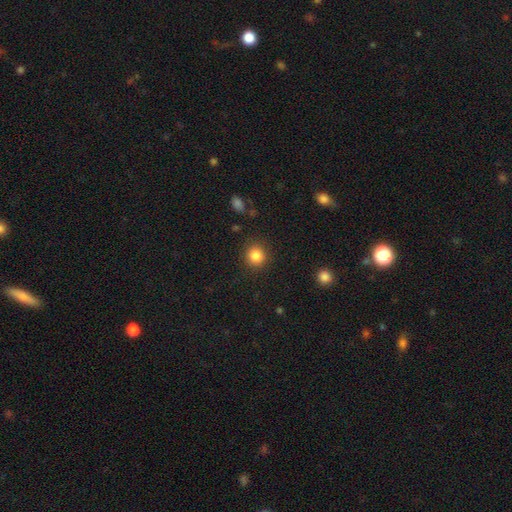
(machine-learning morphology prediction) A smooth galaxy with no disk features (85%) that is round (88%).

Vote fractions:
- Smooth or featured? smooth: 85% / star or artifact: 11% / featured or disk: 5%
- How rounded? round: 88% / in between: 11% / cigar-shaped: 1%
- Merging? none: 88% / minor disturbance: 8% / major disturbance: 3% / merger: 1%